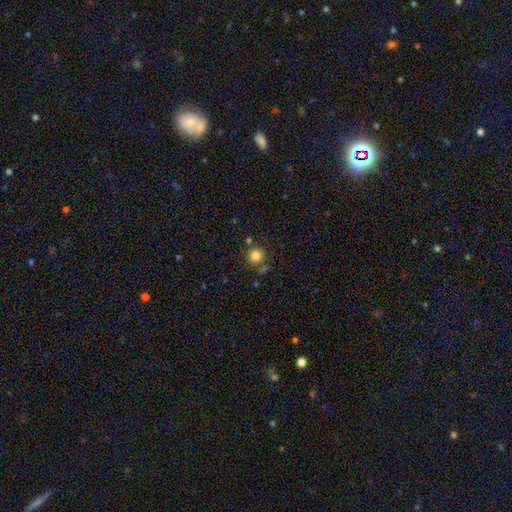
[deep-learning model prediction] smooth-or-featured: smooth: 82% | star or artifact: 12% | featured or disk: 5%
  how-rounded: round: 93% | in between: 6% | cigar-shaped: 1%
  merging: none: 77% | minor disturbance: 10% | merger: 9% | major disturbance: 4%